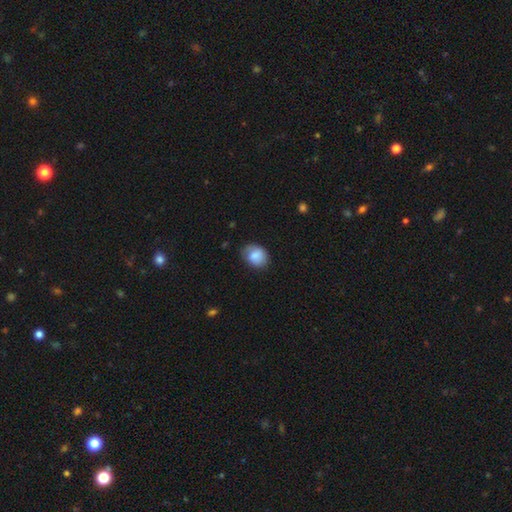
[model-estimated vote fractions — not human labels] Smooth or featured? smooth (80%)
How rounded? in between (52%)
Merging? none (64%)